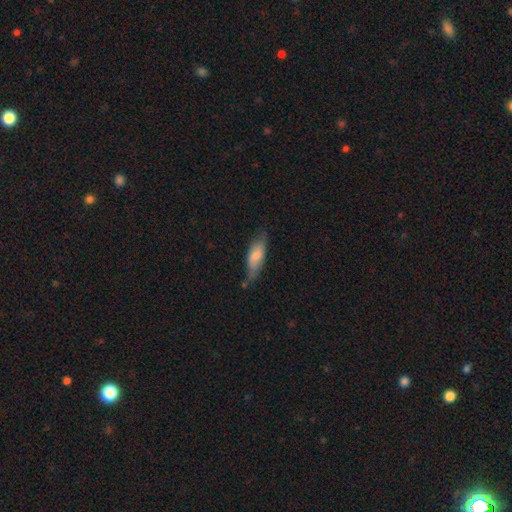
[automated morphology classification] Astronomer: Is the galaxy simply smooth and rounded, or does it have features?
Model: smooth — 72%.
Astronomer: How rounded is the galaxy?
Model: in between — 61% (runner-up: cigar-shaped, 37%).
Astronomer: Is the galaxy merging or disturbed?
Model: none — 61%.